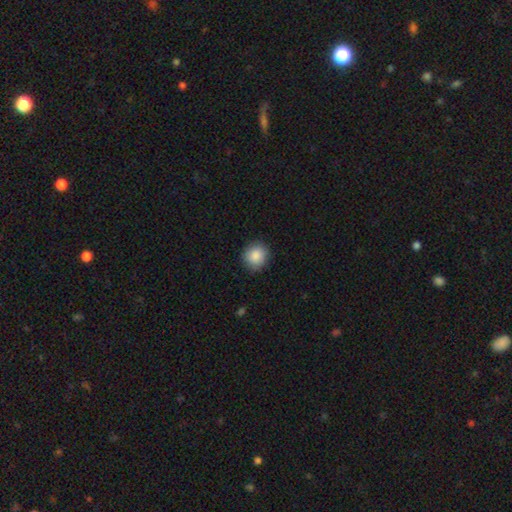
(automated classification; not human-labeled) A smooth galaxy with no disk features (88%) that is round (85%).

Vote fractions:
- Smooth or featured? smooth: 88% / star or artifact: 8% / featured or disk: 4%
- How rounded? round: 85% / in between: 14% / cigar-shaped: 1%
- Merging? none: 88% / minor disturbance: 9% / major disturbance: 2% / merger: 1%